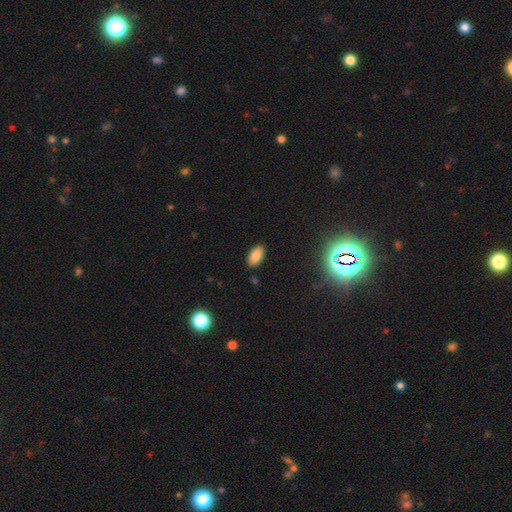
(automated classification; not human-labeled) Smooth or featured?
  - smooth: 84% *
  - star or artifact: 10%
  - featured or disk: 5%
How rounded?
  - in between: 94% *
  - round: 3%
  - cigar-shaped: 3%
Merging?
  - none: 88% *
  - minor disturbance: 9%
  - major disturbance: 2%
  - merger: 1%